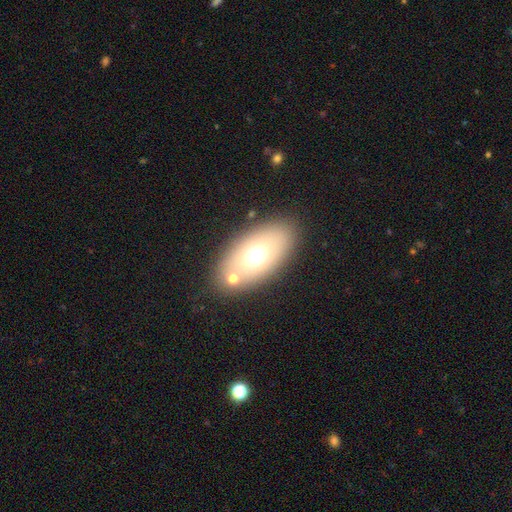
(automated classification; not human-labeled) smooth-or-featured: smooth: 62% | featured or disk: 24% | star or artifact: 14%
  how-rounded: in between: 85% | round: 13% | cigar-shaped: 3%
  merging: none: 77% | minor disturbance: 9% | merger: 8% | major disturbance: 5%